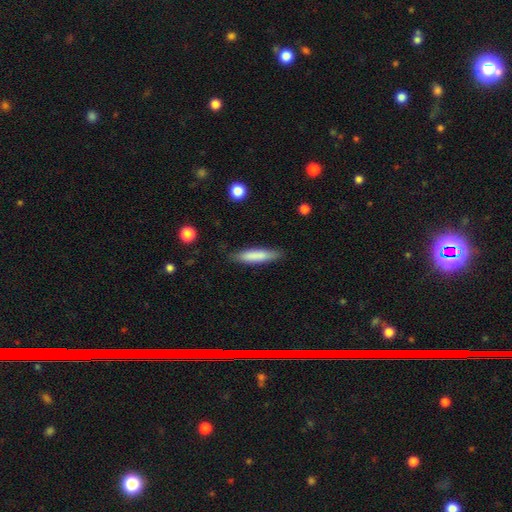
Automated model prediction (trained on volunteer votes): Smooth or featured? Predicted: smooth (p=0.80). How rounded? Predicted: cigar-shaped (p=0.78). Merging? Predicted: none (p=0.83).